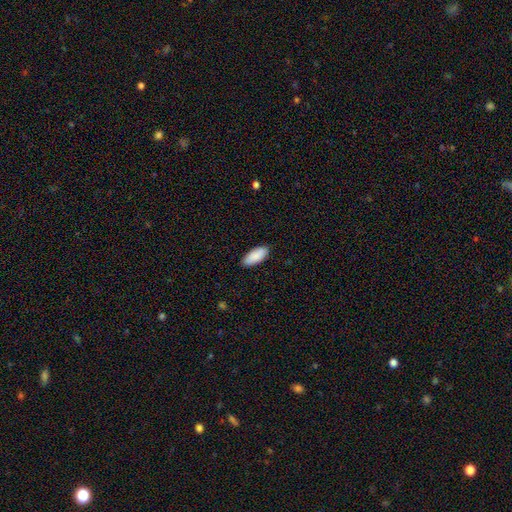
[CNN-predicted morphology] smooth 90%, star or artifact 6%, featured or disk 5%. Down the decision tree: how rounded — in between (86%); merging — none (88%).